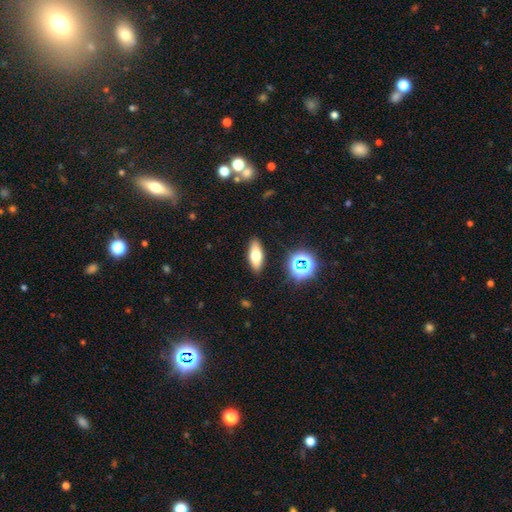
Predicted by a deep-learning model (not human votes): Smooth or featured? smooth (65%)
How rounded? in between (72%)
Merging? none (88%)